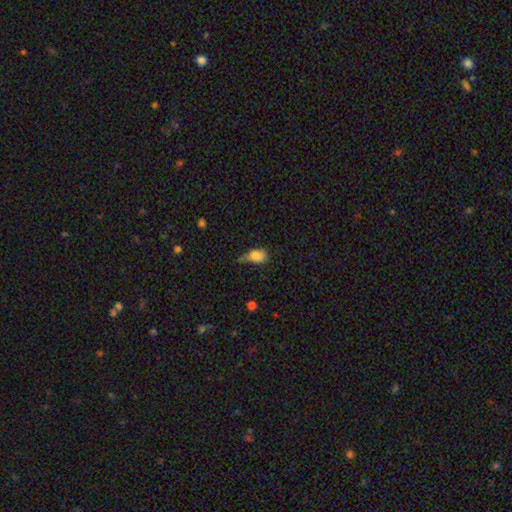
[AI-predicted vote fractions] Q: Smooth or featured?
A: smooth (78%); runner-up: featured or disk (12%)
Q: How rounded?
A: in between (82%); runner-up: round (11%)
Q: Merging?
A: minor disturbance (43%); runner-up: none (28%)